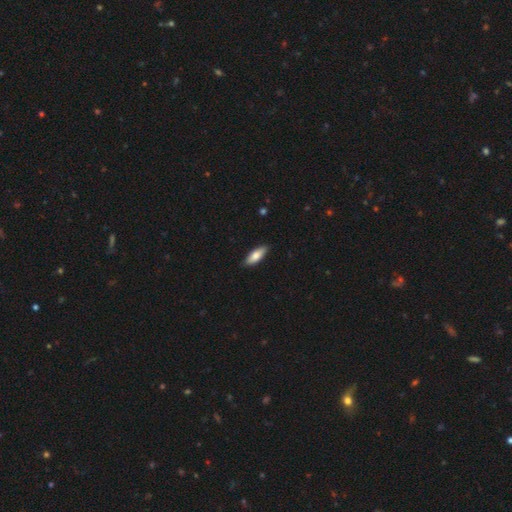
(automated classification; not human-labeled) Smooth or featured? Predicted: smooth (p=0.78). How rounded? Predicted: in between (p=0.65). Merging? Predicted: none (p=0.87).